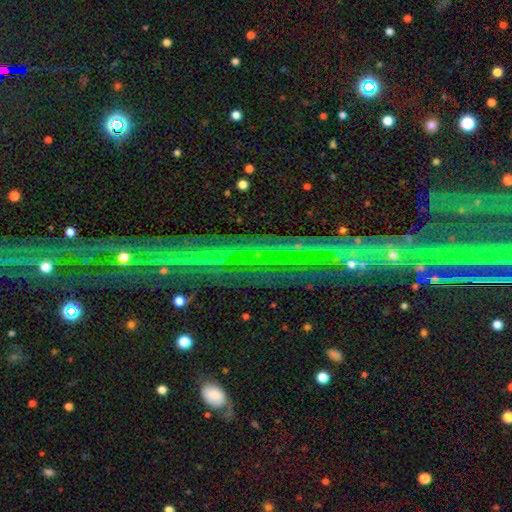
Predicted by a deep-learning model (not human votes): A star or artifact, not a galaxy (77%).